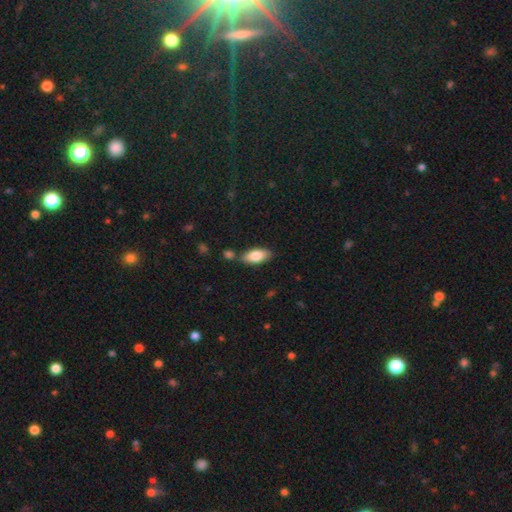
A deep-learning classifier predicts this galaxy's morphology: smooth_or_featured: smooth (p=0.80) [alt: featured or disk p=0.13]
how_rounded: in between (p=0.85) [alt: cigar-shaped p=0.12]
merging: none (p=0.76) [alt: minor disturbance p=0.13]